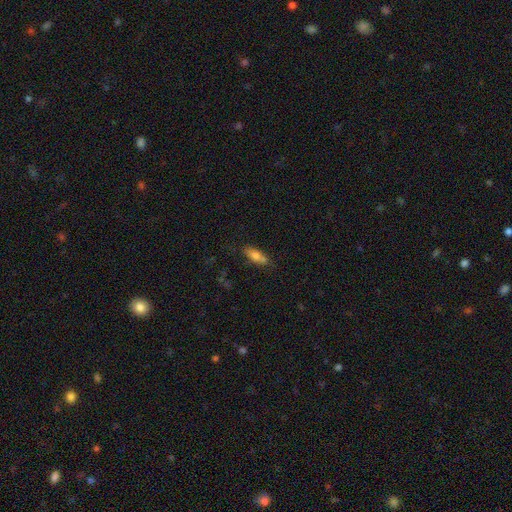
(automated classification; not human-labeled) Smooth or featured: smooth — 72% (featured or disk — 20%)
How rounded: in between — 63% (cigar-shaped — 34%)
Merging: none — 69% (minor disturbance — 19%)